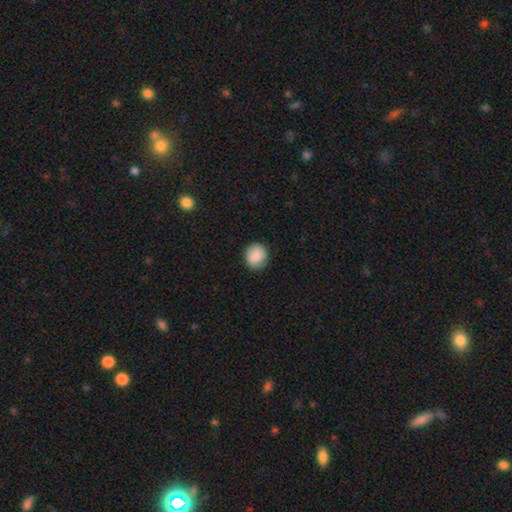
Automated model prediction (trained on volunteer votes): Smooth or featured? Predicted: smooth (p=0.89). How rounded? Predicted: round (p=0.85). Merging? Predicted: none (p=0.87).